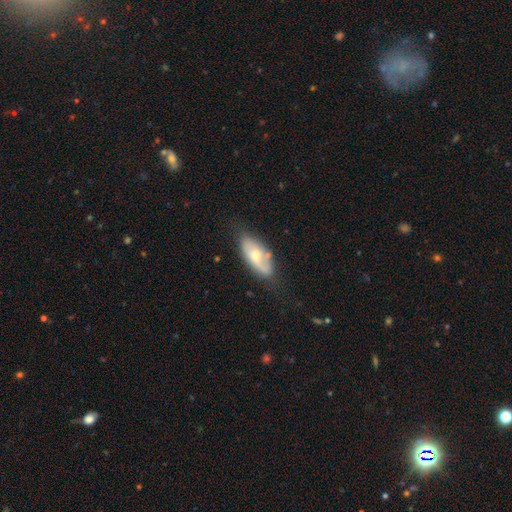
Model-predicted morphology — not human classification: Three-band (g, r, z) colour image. It shows a smooth galaxy with no disk features (52%) that is in between round and cigar-shaped (87%). Merging: none (62%).